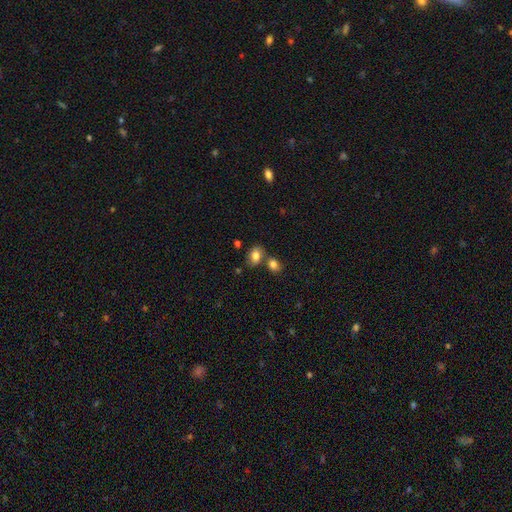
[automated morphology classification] A smooth galaxy with no disk features (81%) that is in between round and cigar-shaped (78%). Merging: none (58%).